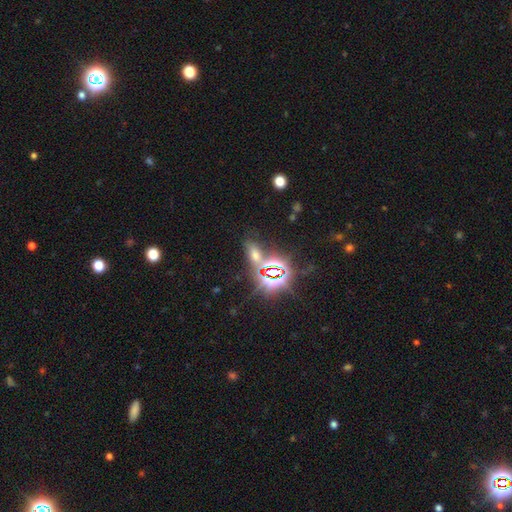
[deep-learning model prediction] Smooth or featured?
  - star or artifact: 56% *
  - smooth: 33%
  - featured or disk: 11%